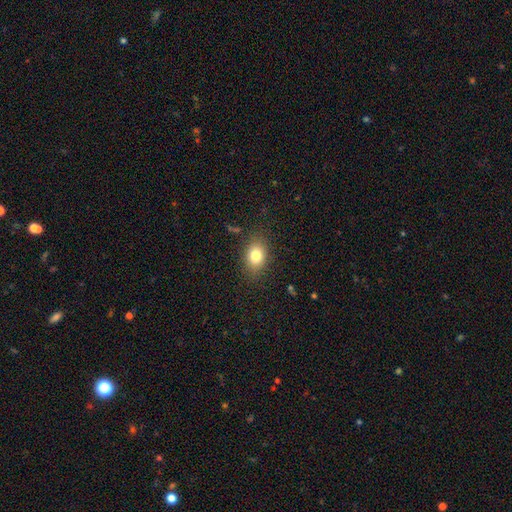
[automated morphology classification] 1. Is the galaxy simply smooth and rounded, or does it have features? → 80% smooth, 10% star or artifact, 10% featured or disk.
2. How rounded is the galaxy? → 72% in between, 26% round, 2% cigar-shaped.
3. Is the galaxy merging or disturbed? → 82% none, 12% minor disturbance, 4% major disturbance, 1% merger.